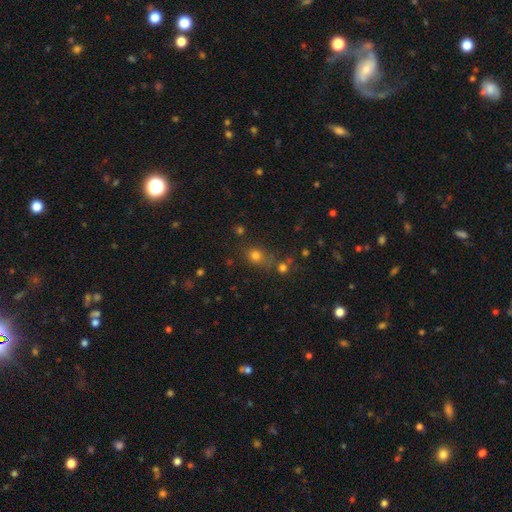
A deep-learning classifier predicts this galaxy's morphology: Smooth or featured? Predicted: smooth (p=0.70). How rounded? Predicted: round (p=0.72). Merging? Predicted: none (p=0.66).